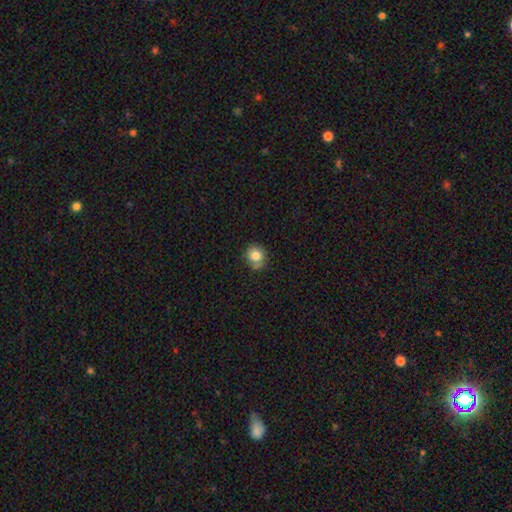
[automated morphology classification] This is clearly a smooth galaxy (80%). How rounded: clearly round (84%). Merging: likely none (72%).